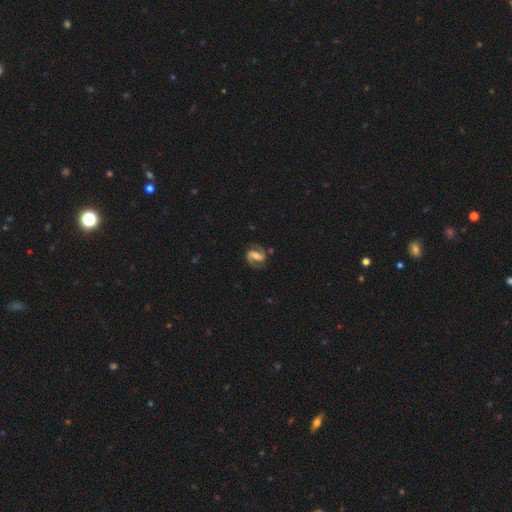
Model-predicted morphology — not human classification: Q: Smooth or featured?
A: featured or disk (81%); runner-up: smooth (13%)
Q: Edge-on disk?
A: no (97%); runner-up: yes (3%)
Q: Bar?
A: strong (43%); runner-up: weak (38%)
Q: Spiral arms?
A: yes (94%); runner-up: no (6%)
Q: Spiral winding?
A: medium (51%); runner-up: loose (27%)
Q: Spiral arm count?
A: 2 (89%); runner-up: 1 (4%)
Q: Bulge size?
A: moderate (50%); runner-up: small (34%)
Q: Merging?
A: none (77%); runner-up: minor disturbance (15%)